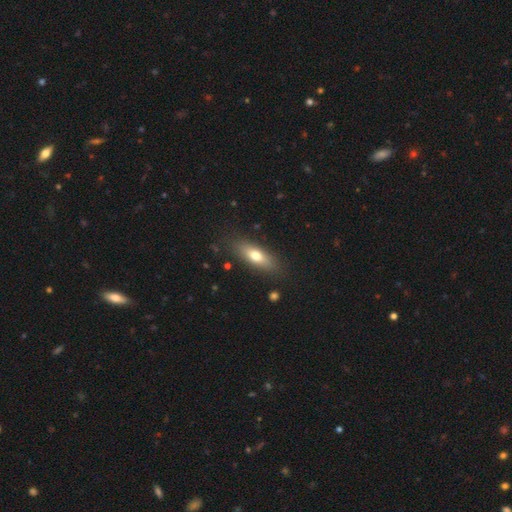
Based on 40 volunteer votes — Smooth or featured? smooth (75%)
How rounded? in between (70%)
Merging? none (89%)